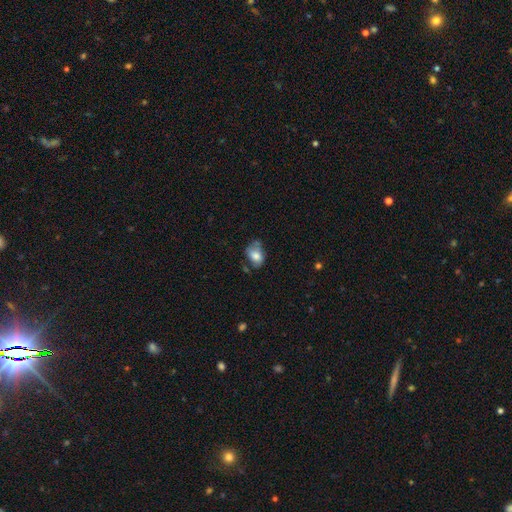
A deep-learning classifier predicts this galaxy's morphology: Smooth or featured? smooth (71%)
How rounded? in between (77%)
Merging? none (42%)